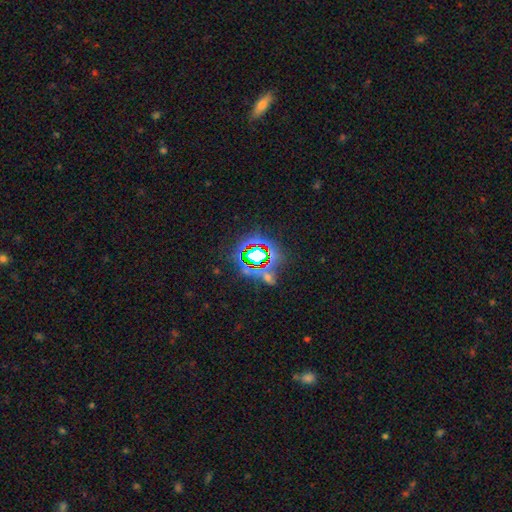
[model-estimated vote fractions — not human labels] Q: Smooth or featured?
A: star or artifact (71%); runner-up: smooth (17%)